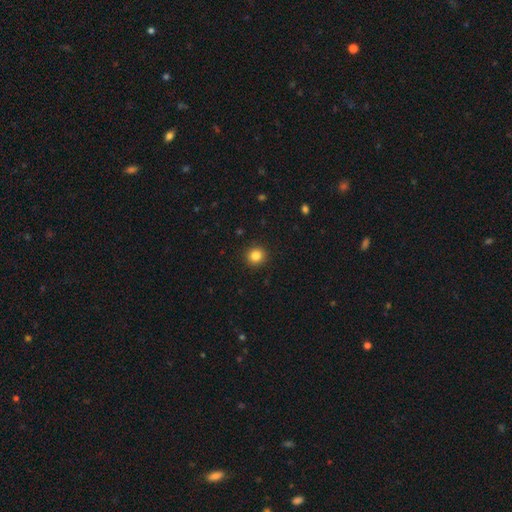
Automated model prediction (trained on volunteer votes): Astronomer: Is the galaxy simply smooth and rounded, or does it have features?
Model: smooth — 84%.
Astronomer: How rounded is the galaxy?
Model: round — 93%.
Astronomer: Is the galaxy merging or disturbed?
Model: none — 93%.